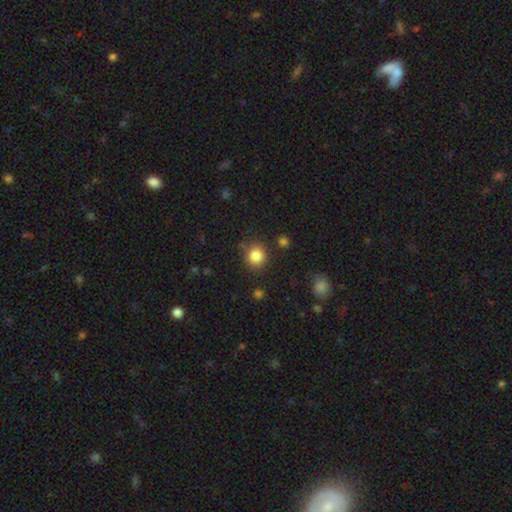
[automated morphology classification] smooth-or-featured: smooth: 84% | star or artifact: 11% | featured or disk: 5%
  how-rounded: round: 87% | in between: 13% | cigar-shaped: 1%
  merging: none: 83% | minor disturbance: 9% | merger: 4% | major disturbance: 3%